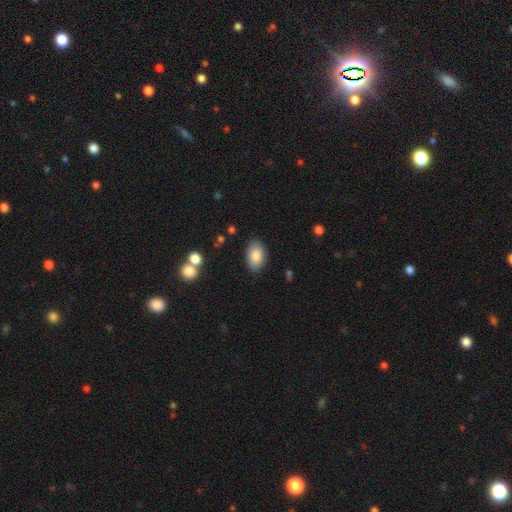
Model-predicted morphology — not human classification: This is clearly a smooth galaxy (84%). How rounded: clearly in between (92%). Merging: clearly none (84%).